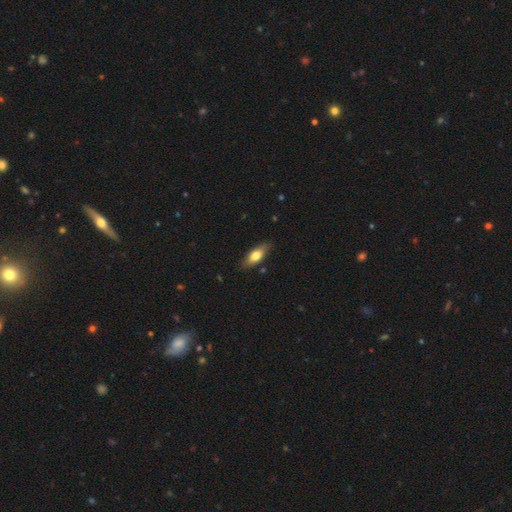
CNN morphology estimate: smooth 71%, featured or disk 23%, star or artifact 6%. Down the decision tree: how rounded — in between (74%); merging — none (82%).